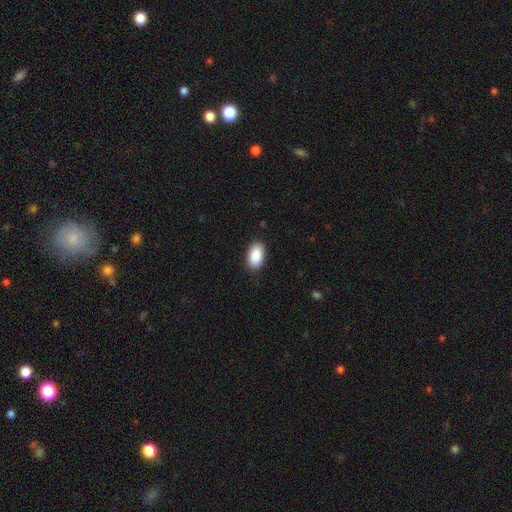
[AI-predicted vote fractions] Smooth or featured: smooth — 90% (star or artifact — 6%)
How rounded: in between — 94% (round — 4%)
Merging: none — 88% (minor disturbance — 9%)